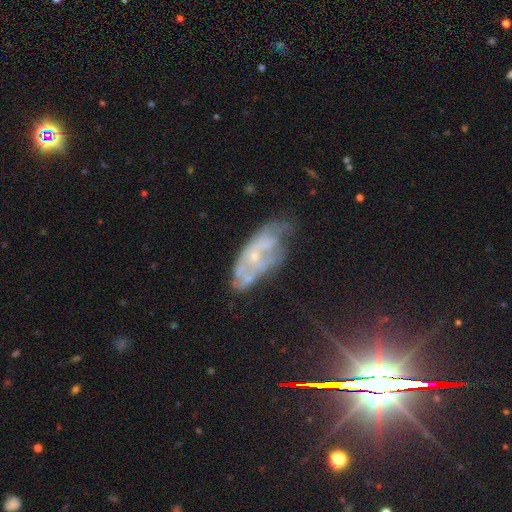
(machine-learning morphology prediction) type=featured or disk (65%); edge-on=no (89%); bar=no (81%); spiral arms=no (51%); bulge=small (71%); merging=none (45%).